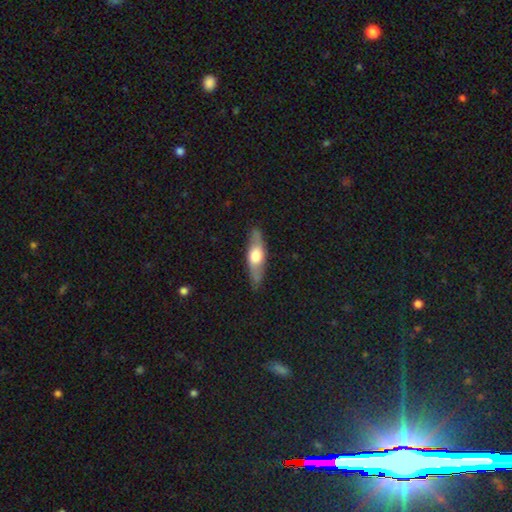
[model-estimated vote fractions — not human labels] Q: Smooth or featured?
A: featured or disk (54%); runner-up: smooth (41%)
Q: Edge-on disk?
A: yes (81%); runner-up: no (19%)
Q: Merging?
A: none (83%); runner-up: minor disturbance (13%)